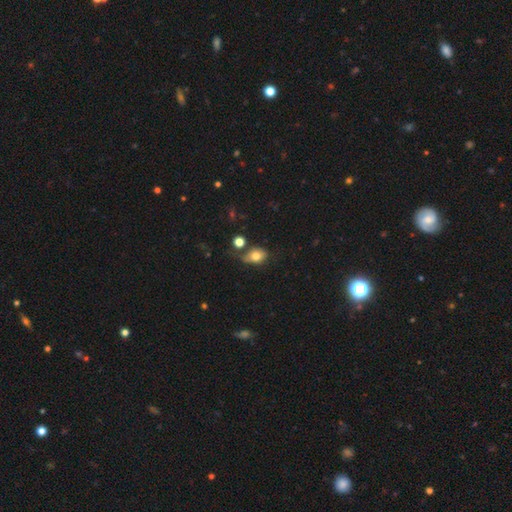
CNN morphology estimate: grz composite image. It shows a smooth galaxy with no disk features (74%) that is in between round and cigar-shaped (71%). Merging: none (45%).